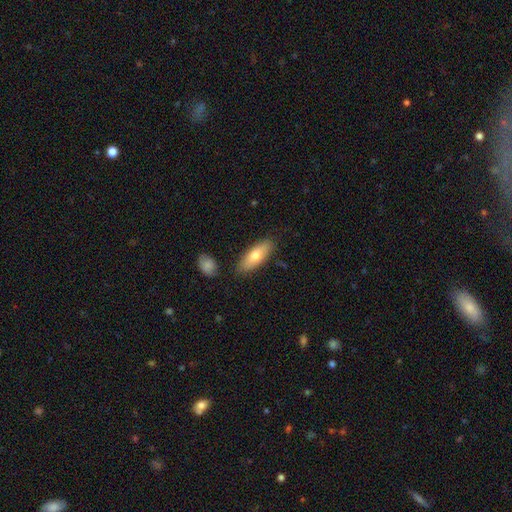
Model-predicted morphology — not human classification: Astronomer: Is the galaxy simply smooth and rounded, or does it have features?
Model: smooth — 70%.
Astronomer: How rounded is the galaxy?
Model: in between — 66%.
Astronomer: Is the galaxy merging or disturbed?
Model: none — 83%.